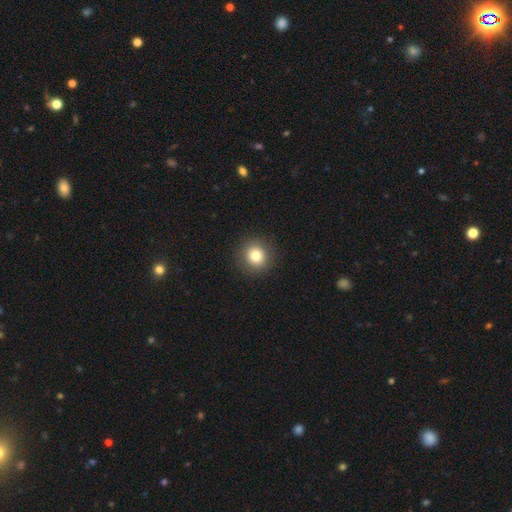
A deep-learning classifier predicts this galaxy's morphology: smooth-or-featured: smooth: 80% | star or artifact: 11% | featured or disk: 9%
  how-rounded: round: 91% | in between: 8% | cigar-shaped: 1%
  merging: none: 91% | minor disturbance: 6% | major disturbance: 2% | merger: 1%